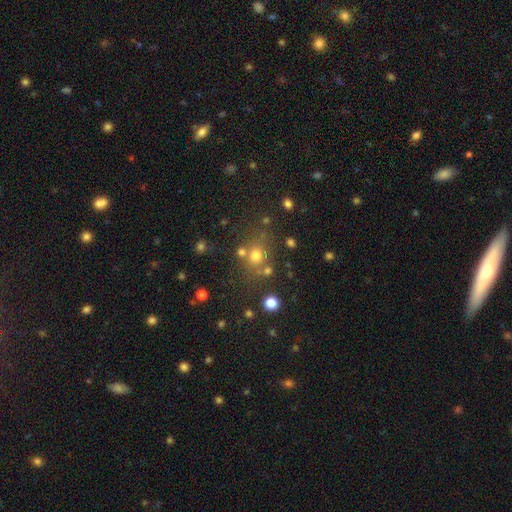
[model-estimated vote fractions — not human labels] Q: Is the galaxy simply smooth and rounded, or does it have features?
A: smooth — 66%.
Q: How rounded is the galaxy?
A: round — 78%.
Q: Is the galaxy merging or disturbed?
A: none — 66%.